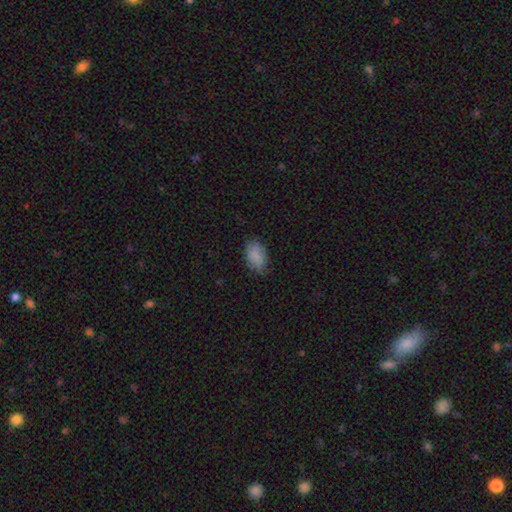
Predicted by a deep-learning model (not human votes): smooth 87%, star or artifact 7%, featured or disk 6%. Down the decision tree: how rounded — in between (91%); merging — none (76%).